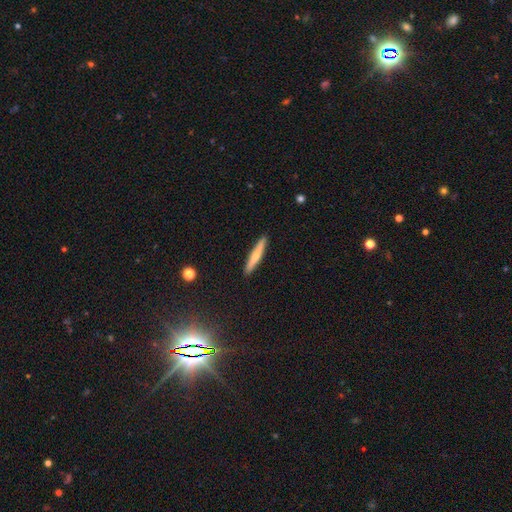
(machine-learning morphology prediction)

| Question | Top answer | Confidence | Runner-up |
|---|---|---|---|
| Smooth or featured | smooth | 62% | featured or disk (32%) |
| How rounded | cigar-shaped | 94% | in between (5%) |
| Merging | none | 92% | minor disturbance (6%) |